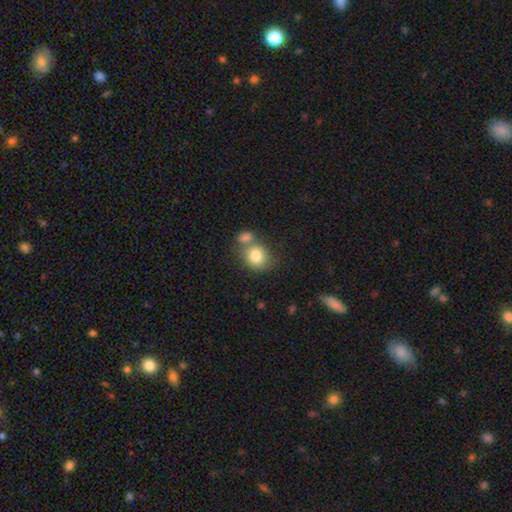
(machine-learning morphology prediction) smooth_or_featured: smooth (p=0.81) [alt: featured or disk p=0.10]
how_rounded: round (p=0.69) [alt: in between p=0.30]
merging: none (p=0.46) [alt: merger p=0.37]